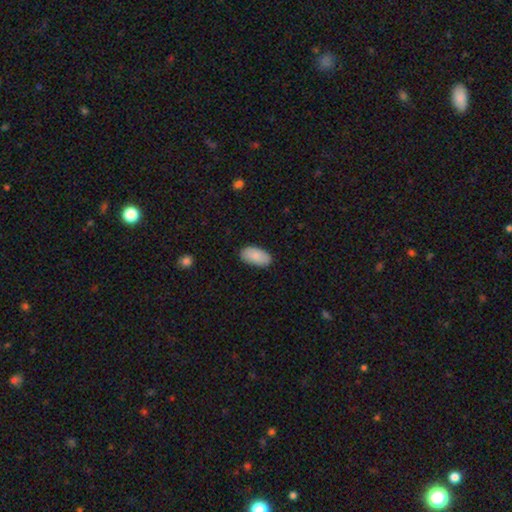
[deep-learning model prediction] Overall: smooth (88%). How rounded: in between (95%). Merging: none (84%).